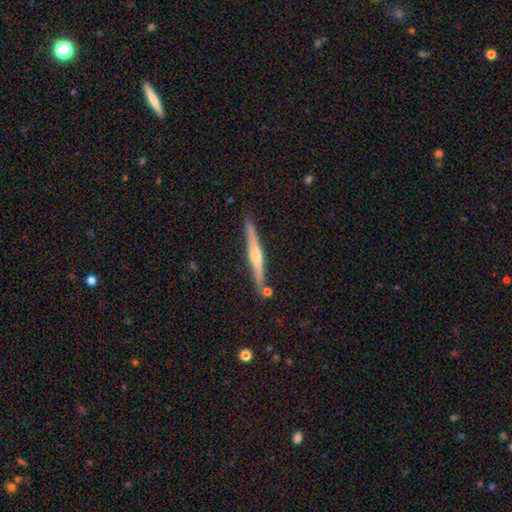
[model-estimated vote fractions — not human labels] Q: Smooth or featured?
A: featured or disk (66%); runner-up: smooth (28%)
Q: Edge-on disk?
A: yes (98%); runner-up: no (2%)
Q: Edge-on bulge?
A: rounded (71%); runner-up: boxy (15%)
Q: Merging?
A: none (85%); runner-up: minor disturbance (10%)